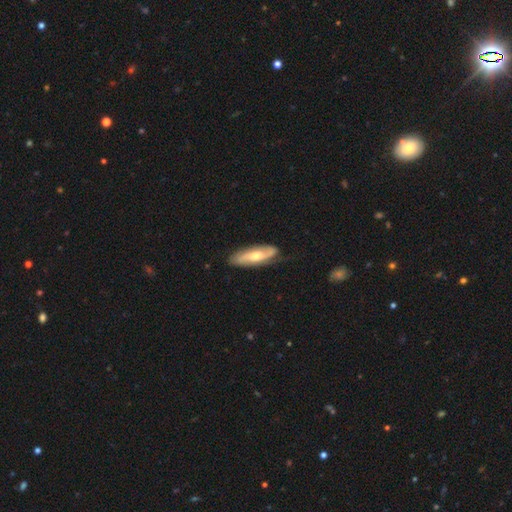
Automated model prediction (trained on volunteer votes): Overall: featured or disk (60%; smooth 34%). Edge-on disk: no (79%). Merging: none (74%).